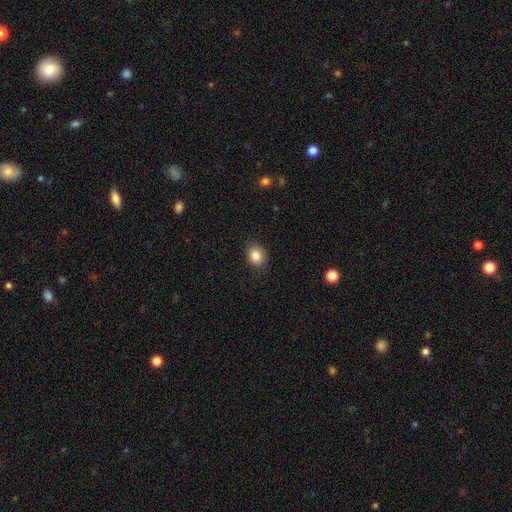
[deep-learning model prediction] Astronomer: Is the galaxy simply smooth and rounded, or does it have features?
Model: smooth — 85%.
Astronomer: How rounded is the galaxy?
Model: round — 59% (runner-up: in between, 40%).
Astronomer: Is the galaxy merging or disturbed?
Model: none — 87%.